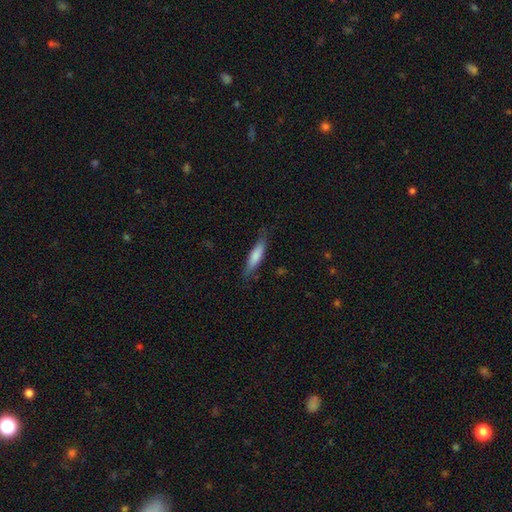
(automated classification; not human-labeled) Overall: smooth (74%). How rounded: cigar-shaped (75%). Merging: none (76%).